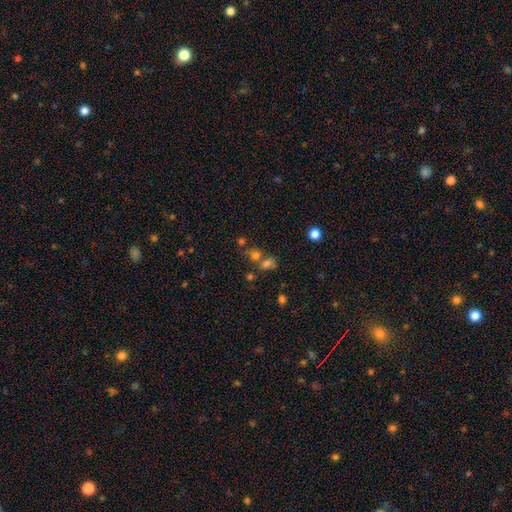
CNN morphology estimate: Q: Smooth or featured?
A: smooth (61%); runner-up: star or artifact (27%)
Q: How rounded?
A: round (58%); runner-up: in between (40%)
Q: Merging?
A: none (43%); runner-up: merger (41%)